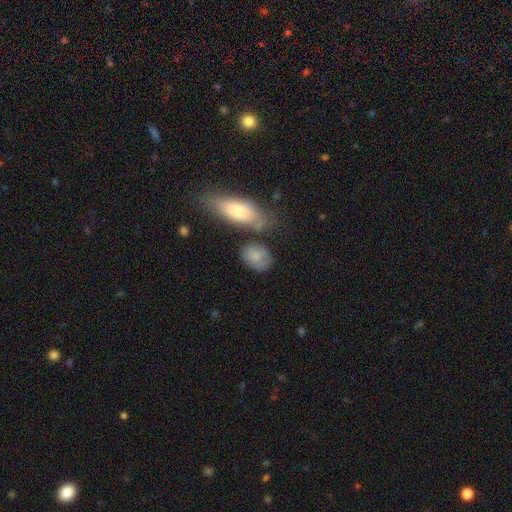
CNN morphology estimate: smooth-or-featured: smooth: 81% | featured or disk: 12% | star or artifact: 7%
  how-rounded: in between: 66% | round: 32% | cigar-shaped: 3%
  merging: none: 59% | minor disturbance: 21% | merger: 12% | major disturbance: 8%